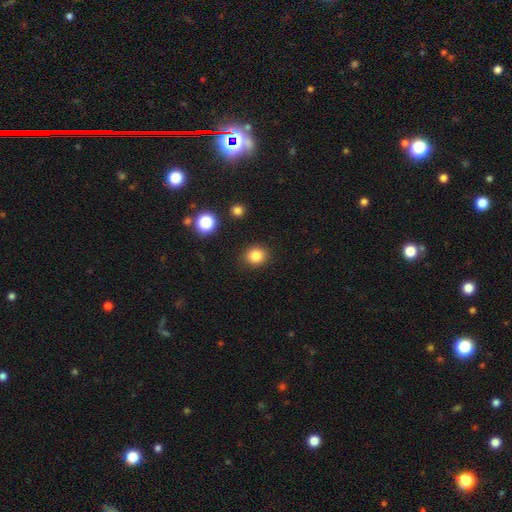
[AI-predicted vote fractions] A smooth galaxy with no disk features (83%) that is round (77%). Merging: none (90%).